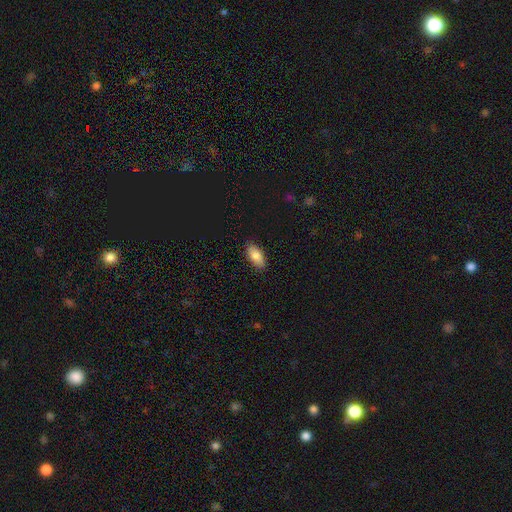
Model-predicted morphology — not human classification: Overall: smooth (83%). How rounded: in between (90%). Merging: none (87%).